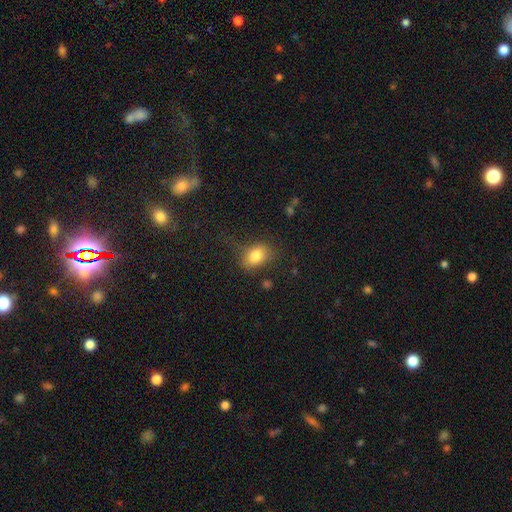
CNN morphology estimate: Q: Smooth or featured?
A: smooth (80%); runner-up: featured or disk (10%)
Q: How rounded?
A: in between (72%); runner-up: round (26%)
Q: Merging?
A: none (66%); runner-up: minor disturbance (22%)